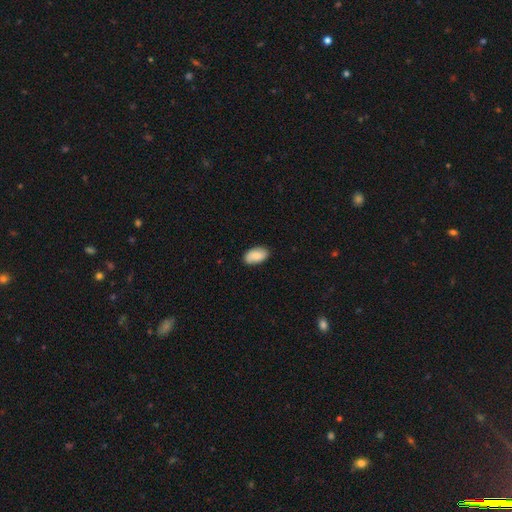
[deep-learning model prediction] This appears to be a smooth galaxy with no disk features (84%) that is in between round and cigar-shaped (94%). Merging: none (84%).